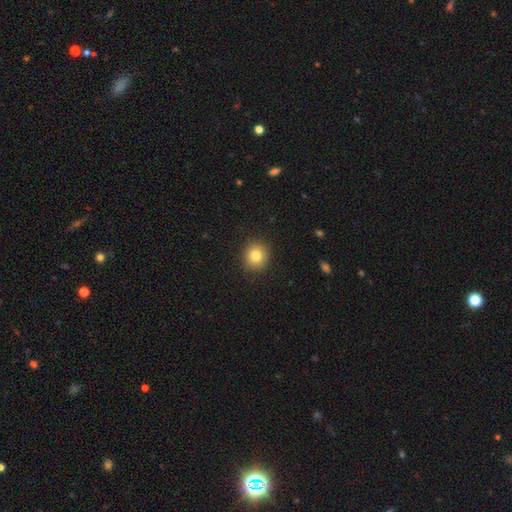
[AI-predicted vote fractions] smooth 81%, star or artifact 11%, featured or disk 8%. Down the decision tree: how rounded — round (85%); merging — none (91%).